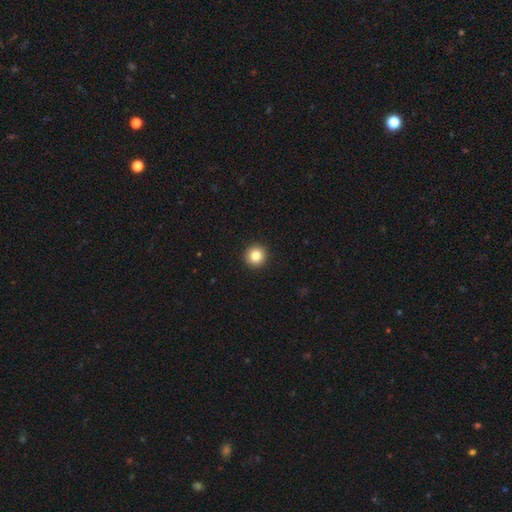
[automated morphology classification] Overall: smooth (84%). How rounded: round (96%). Merging: none (94%).